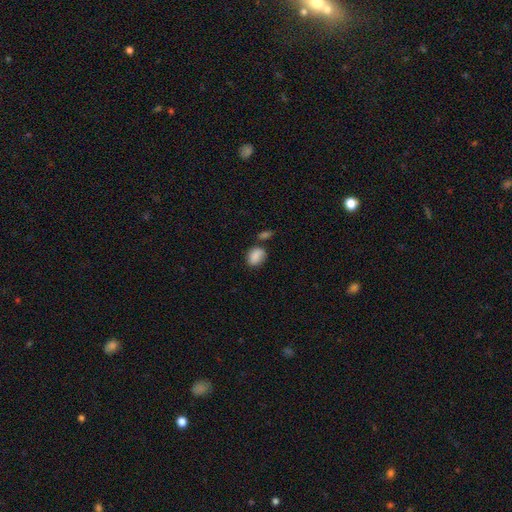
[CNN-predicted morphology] Smooth or featured?
  - smooth: 84% *
  - star or artifact: 8%
  - featured or disk: 7%
How rounded?
  - in between: 70% *
  - round: 29%
  - cigar-shaped: 1%
Merging?
  - none: 57% *
  - minor disturbance: 20%
  - merger: 16%
  - major disturbance: 6%